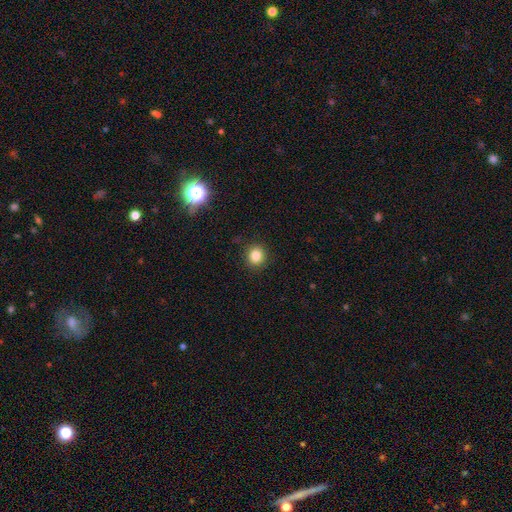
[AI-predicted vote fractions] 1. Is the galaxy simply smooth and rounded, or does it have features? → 83% smooth, 12% star or artifact, 5% featured or disk.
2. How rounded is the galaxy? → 86% round, 13% in between, 1% cigar-shaped.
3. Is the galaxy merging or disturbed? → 90% none, 7% minor disturbance, 2% major disturbance, 1% merger.